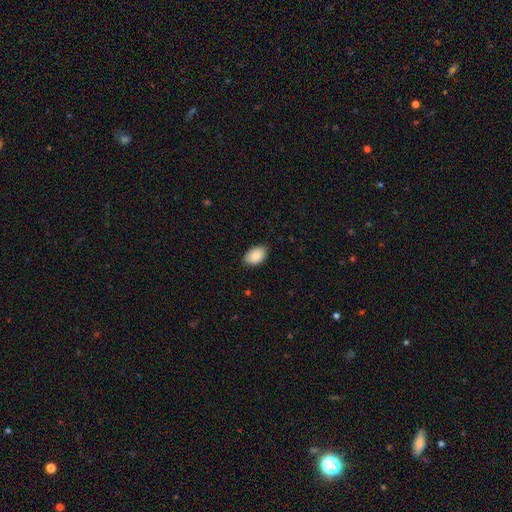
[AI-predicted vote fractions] Smooth or featured? Predicted: smooth (p=0.87). How rounded? Predicted: in between (p=0.90). Merging? Predicted: none (p=0.85).